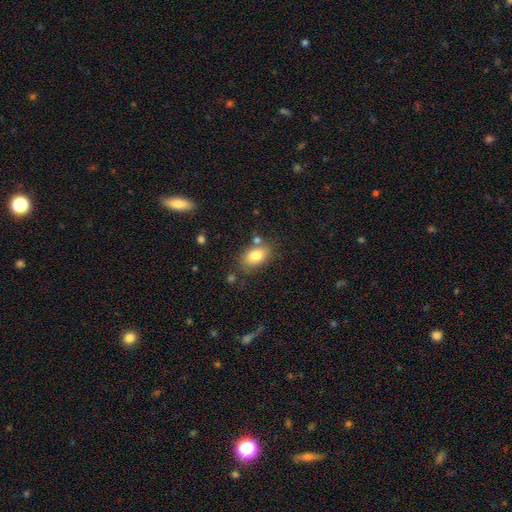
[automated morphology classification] This is clearly a smooth galaxy (82%). How rounded: clearly in between (88%). Merging: likely none (71%).